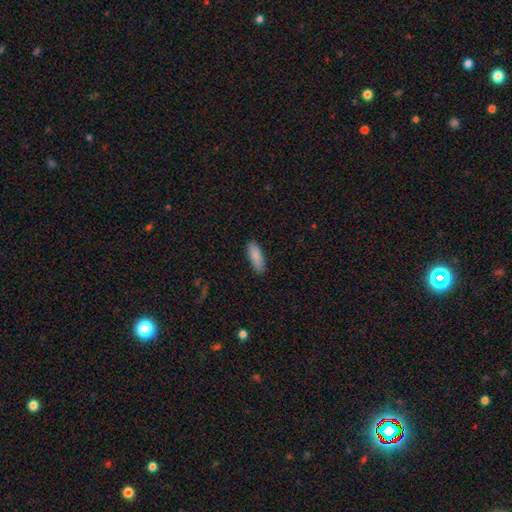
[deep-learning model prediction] smooth-or-featured: smooth: 88% | star or artifact: 6% | featured or disk: 6%
  how-rounded: in between: 56% | cigar-shaped: 42% | round: 2%
  merging: none: 85% | minor disturbance: 11% | major disturbance: 2% | merger: 1%